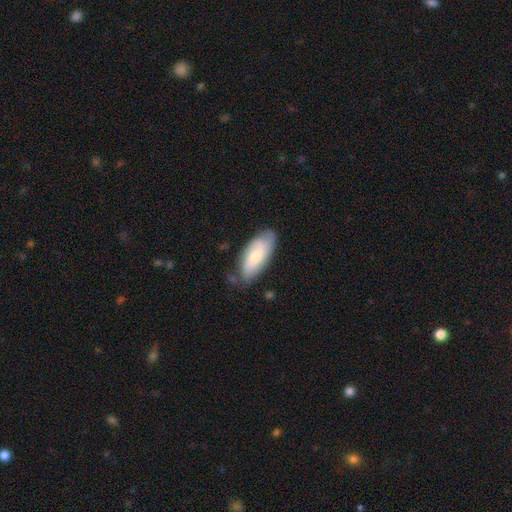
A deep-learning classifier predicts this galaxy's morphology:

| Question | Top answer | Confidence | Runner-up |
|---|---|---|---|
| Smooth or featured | smooth | 60% | featured or disk (34%) |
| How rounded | in between | 82% | cigar-shaped (15%) |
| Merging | none | 69% | minor disturbance (23%) |